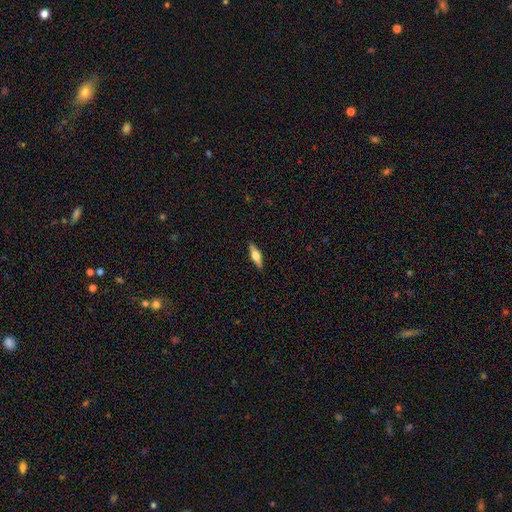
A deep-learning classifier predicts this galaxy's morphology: smooth_or_featured: featured or disk (p=0.53) [alt: smooth p=0.41]
disk_edge_on: yes (p=0.95) [alt: no p=0.05]
merging: none (p=0.90) [alt: minor disturbance p=0.07]